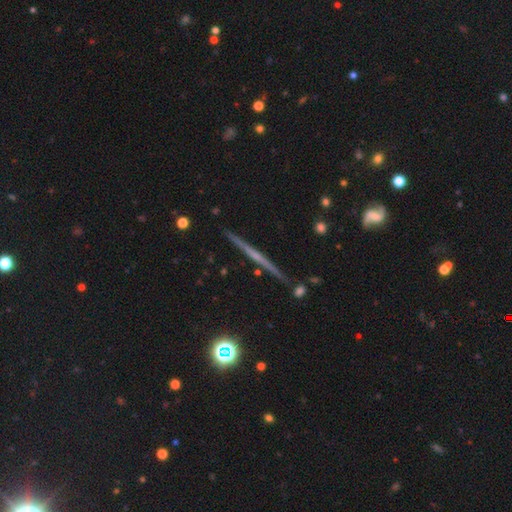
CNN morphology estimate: Smooth or featured?
  - featured or disk: 76% *
  - smooth: 16%
  - star or artifact: 8%
Edge-on disk?
  - yes: 98% *
  - no: 2%
Edge-on bulge?
  - none: 58% *
  - rounded: 33%
  - boxy: 8%
Merging?
  - none: 91% *
  - minor disturbance: 6%
  - merger: 2%
  - major disturbance: 1%